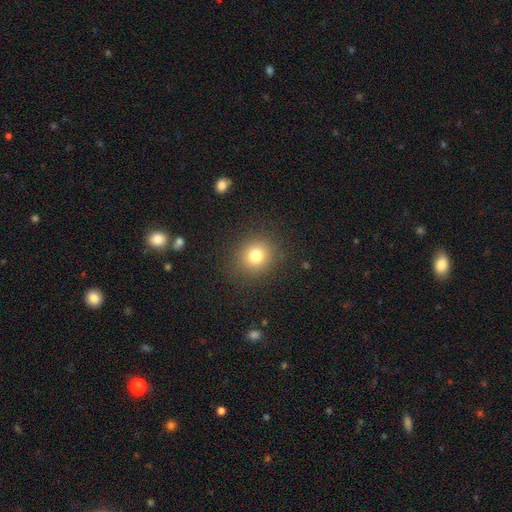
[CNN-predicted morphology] A smooth galaxy with no disk features (78%) that is round (82%).

Vote fractions:
- Smooth or featured? smooth: 78% / star or artifact: 13% / featured or disk: 8%
- How rounded? round: 82% / in between: 17% / cigar-shaped: 1%
- Merging? none: 88% / minor disturbance: 8% / major disturbance: 3% / merger: 1%